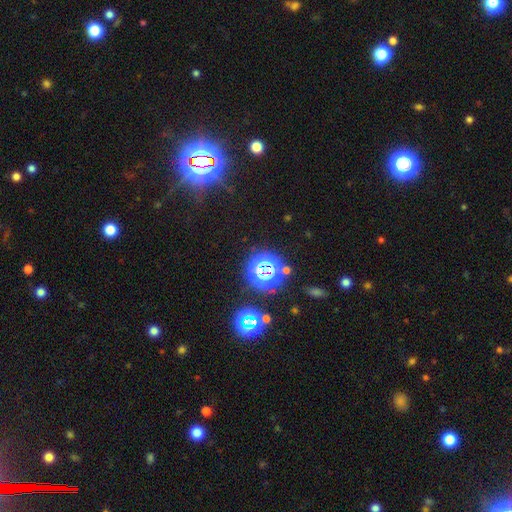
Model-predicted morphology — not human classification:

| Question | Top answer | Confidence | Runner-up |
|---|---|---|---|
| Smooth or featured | star or artifact | 79% | smooth (14%) |